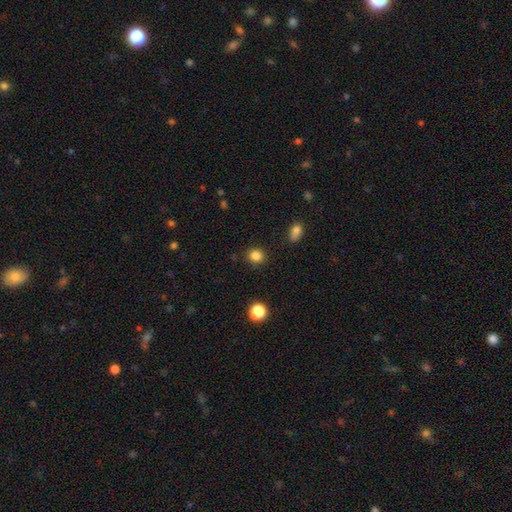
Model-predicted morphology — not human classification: This appears to be a smooth galaxy with no disk features (84%) that is round (85%). Merging: none (89%).